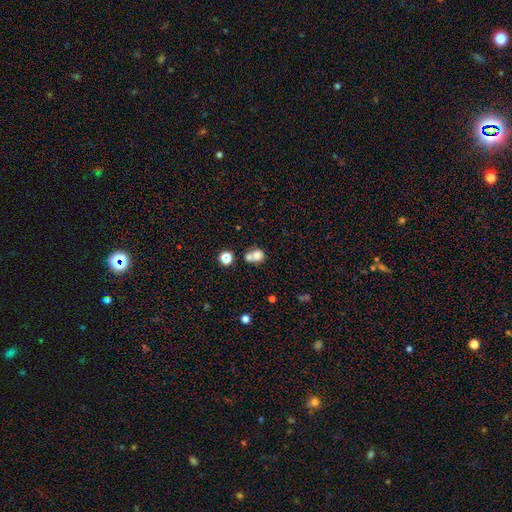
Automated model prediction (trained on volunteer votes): Smooth or featured? smooth (73%)
How rounded? round (69%)
Merging? merger (53%)